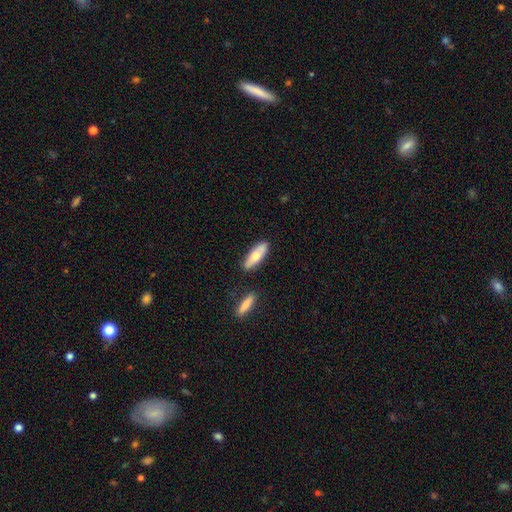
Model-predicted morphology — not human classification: smooth-or-featured: smooth: 63% | featured or disk: 31% | star or artifact: 6%
  how-rounded: in between: 56% | cigar-shaped: 42% | round: 2%
  merging: none: 80% | minor disturbance: 12% | merger: 6% | major disturbance: 2%